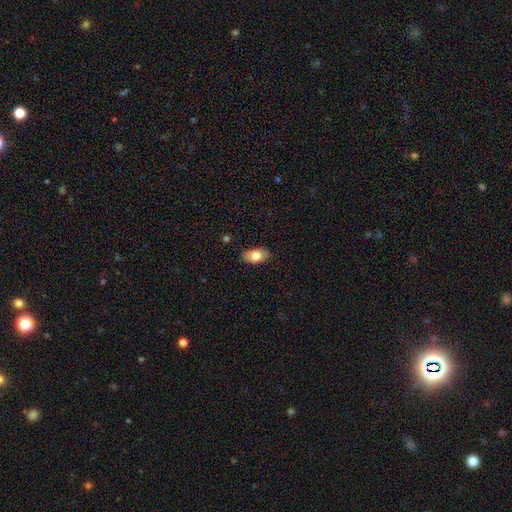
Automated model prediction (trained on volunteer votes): Overall: smooth (79%). How rounded: in between (90%). Merging: none (82%).